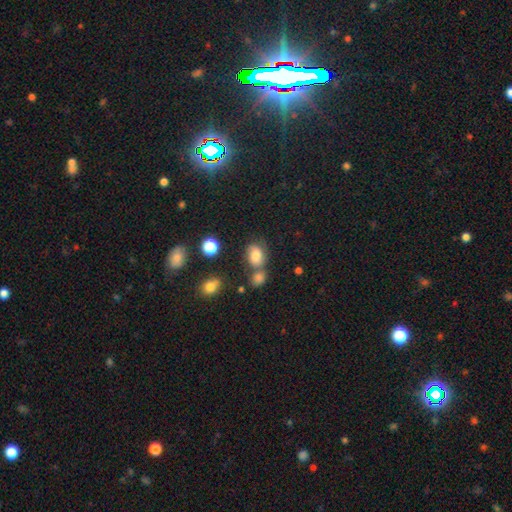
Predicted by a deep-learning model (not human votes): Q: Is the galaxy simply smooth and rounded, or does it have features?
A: smooth — 74%.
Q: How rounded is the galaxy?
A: in between — 71%.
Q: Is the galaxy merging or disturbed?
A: none — 48%.